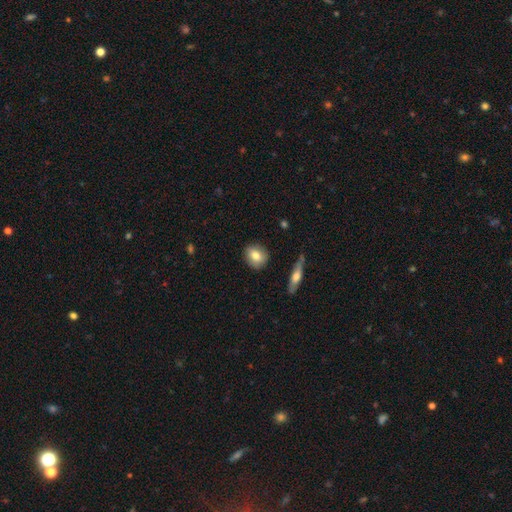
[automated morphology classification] smooth 77%, featured or disk 15%, star or artifact 7%. Down the decision tree: how rounded — round (66%); merging — none (86%).